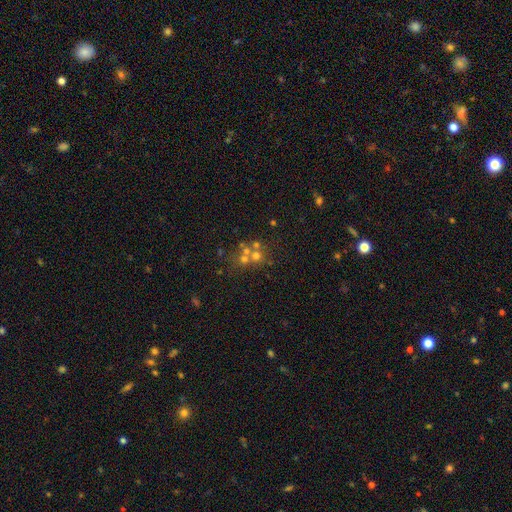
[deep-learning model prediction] Morphology: type=smooth (48%); merging=merger (45%).